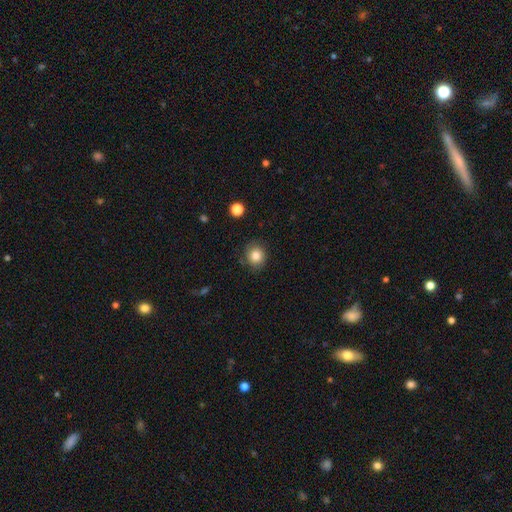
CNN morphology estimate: Smooth or featured? smooth (83%)
How rounded? round (78%)
Merging? none (82%)